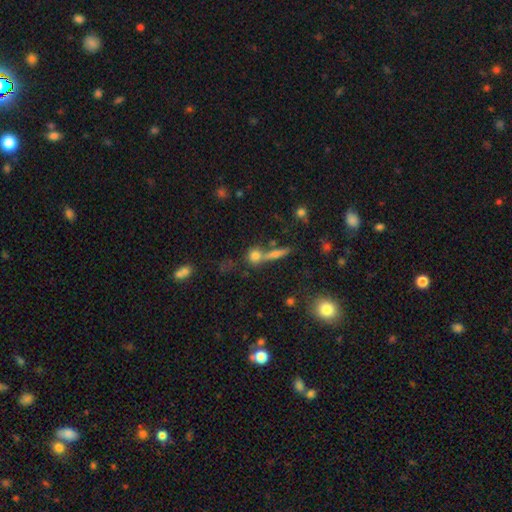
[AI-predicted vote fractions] The model was most divided on "merging": none: 55%, merger: 30%, minor disturbance: 10%, major disturbance: 5%. More confident: how rounded — round (74%); smooth or featured — smooth (69%).